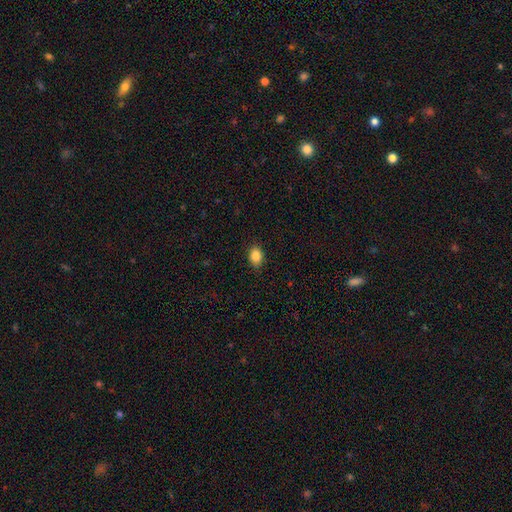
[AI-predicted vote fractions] Q: Smooth or featured?
A: smooth (86%); runner-up: star or artifact (9%)
Q: How rounded?
A: in between (73%); runner-up: round (26%)
Q: Merging?
A: none (86%); runner-up: minor disturbance (11%)